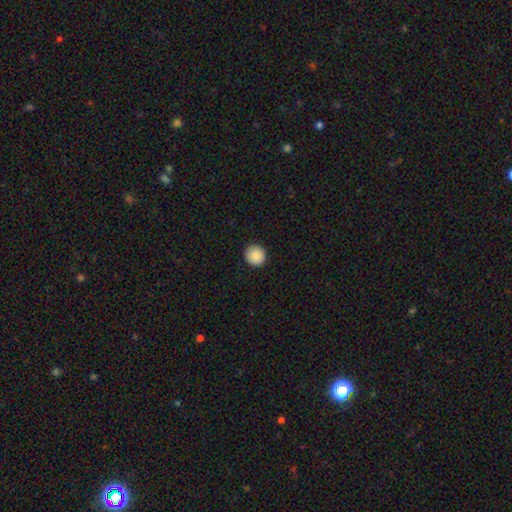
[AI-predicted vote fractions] smooth 89%, star or artifact 8%, featured or disk 3%. Down the decision tree: how rounded — round (94%); merging — none (92%).